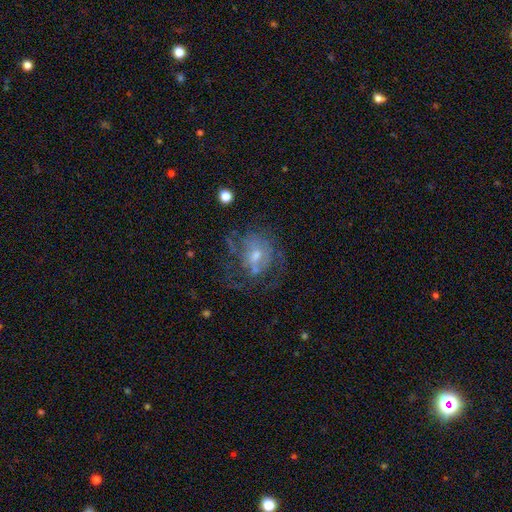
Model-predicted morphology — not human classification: Smooth or featured: featured or disk — 66% (smooth — 22%)
Edge-on disk: no — 97% (yes — 3%)
Bar: no — 64% (weak — 30%)
Spiral arms: yes — 62% (no — 38%)
Bulge size: moderate — 47% (small — 44%)
Merging: none — 49% (major disturbance — 27%)